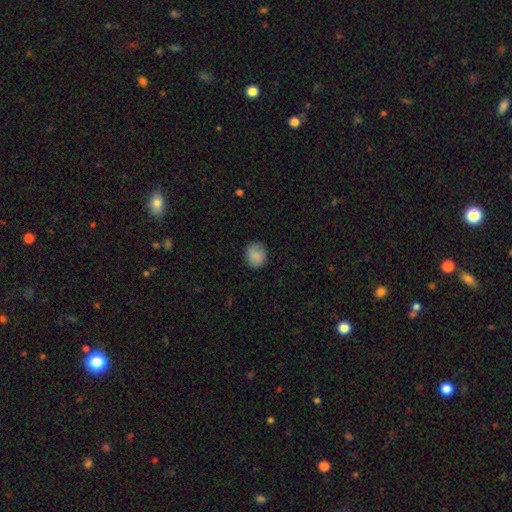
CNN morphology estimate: Smooth or featured?
  - smooth: 87% *
  - star or artifact: 8%
  - featured or disk: 5%
How rounded?
  - round: 79% *
  - in between: 20%
  - cigar-shaped: 1%
Merging?
  - none: 83% *
  - minor disturbance: 13%
  - major disturbance: 3%
  - merger: 1%